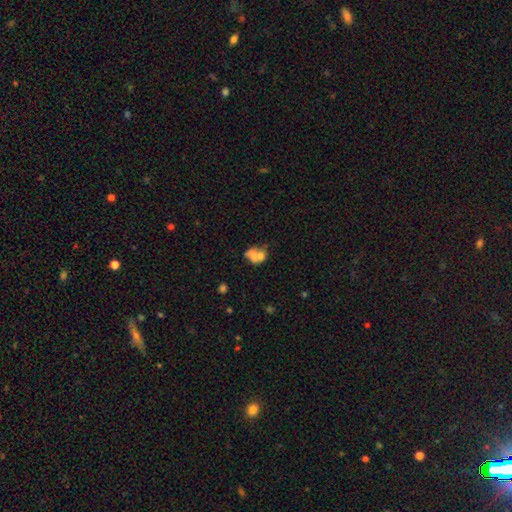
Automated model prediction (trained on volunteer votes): Overall: smooth (54%; featured or disk 34%). How rounded: in between (58%; round 40%). Merging: merger (57%; none 23%).